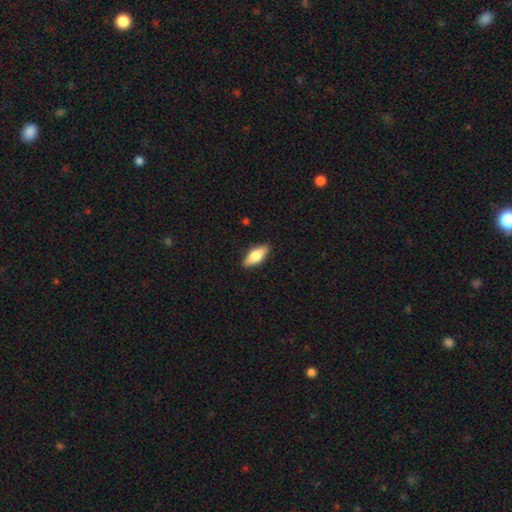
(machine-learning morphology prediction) type=smooth (68%); roundness=in between (73%); merging=none (88%).